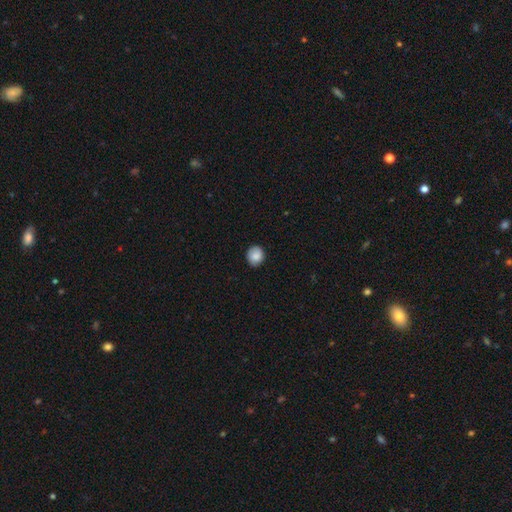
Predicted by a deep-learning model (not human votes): Morphology: type=smooth (85%); roundness=round (76%); merging=none (86%).